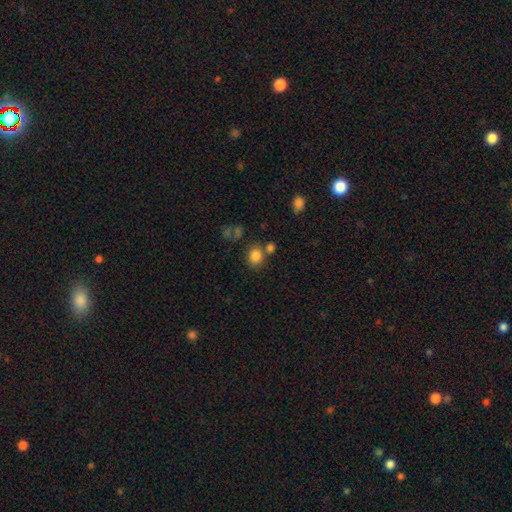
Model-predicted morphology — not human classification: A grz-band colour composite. It shows a smooth galaxy with no disk features (83%) that is round (69%). Merging: none (68%).